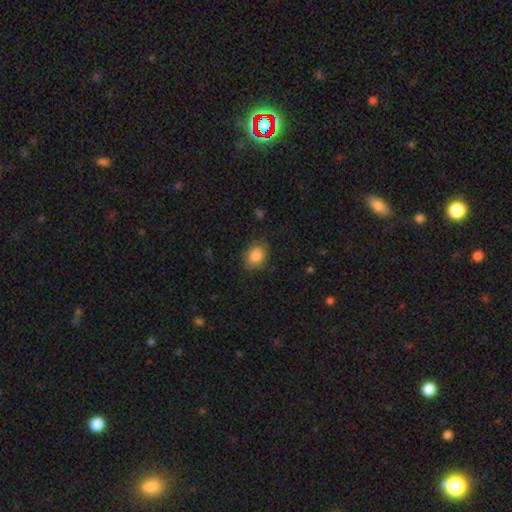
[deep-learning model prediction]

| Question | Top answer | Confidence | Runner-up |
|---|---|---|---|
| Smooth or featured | smooth | 86% | star or artifact (8%) |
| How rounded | in between | 59% | round (40%) |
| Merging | none | 82% | minor disturbance (14%) |